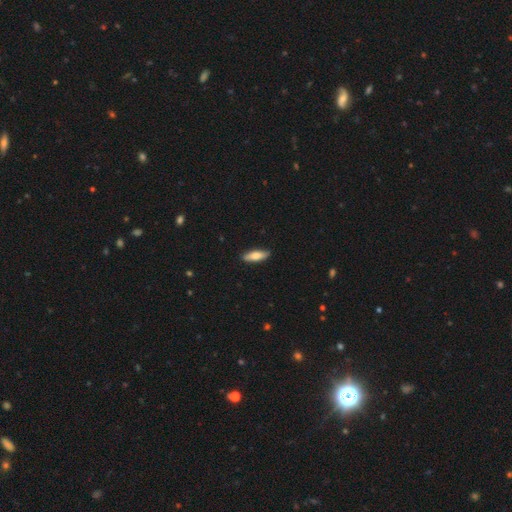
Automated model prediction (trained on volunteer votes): Smooth or featured? smooth (77%)
How rounded? in between (51%)
Merging? none (89%)